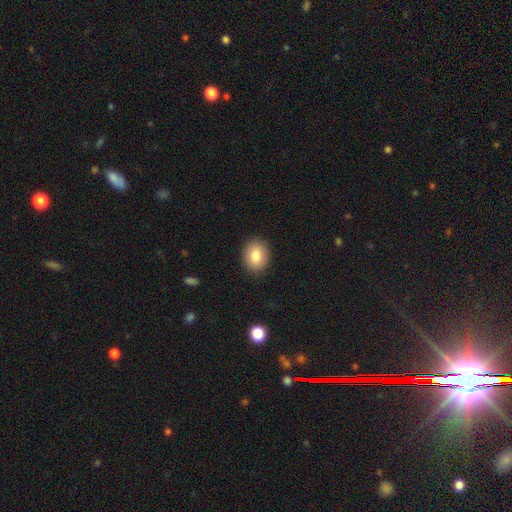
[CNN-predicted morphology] smooth_or_featured: smooth (p=0.83) [alt: featured or disk p=0.09]
how_rounded: in between (p=0.63) [alt: round p=0.36]
merging: none (p=0.89) [alt: minor disturbance p=0.08]